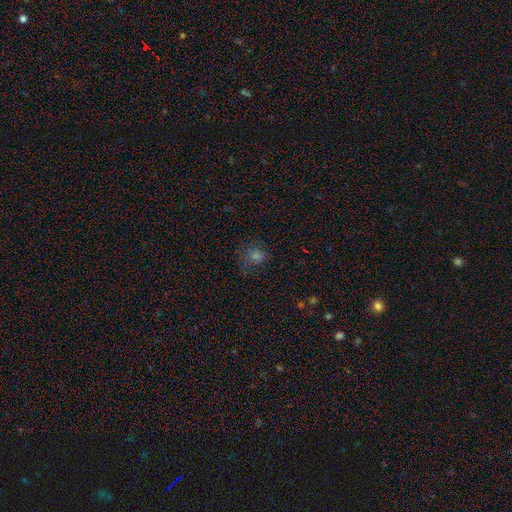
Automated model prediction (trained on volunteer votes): smooth 65%, star or artifact 25%, featured or disk 10%. Down the decision tree: how rounded — round (80%); merging — none (68%).